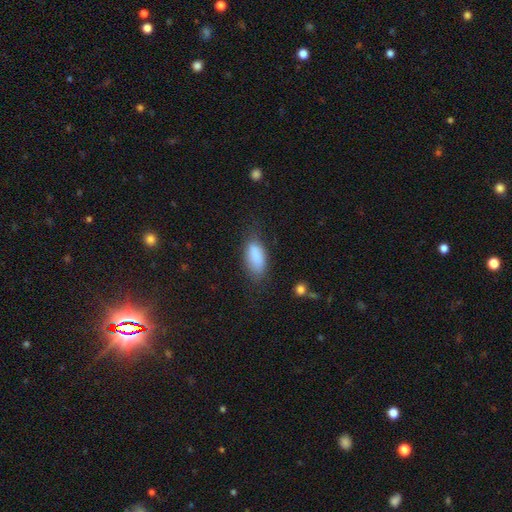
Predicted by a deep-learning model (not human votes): Q: Smooth or featured?
A: smooth (86%); runner-up: star or artifact (7%)
Q: How rounded?
A: in between (86%); runner-up: cigar-shaped (11%)
Q: Merging?
A: none (66%); runner-up: minor disturbance (24%)